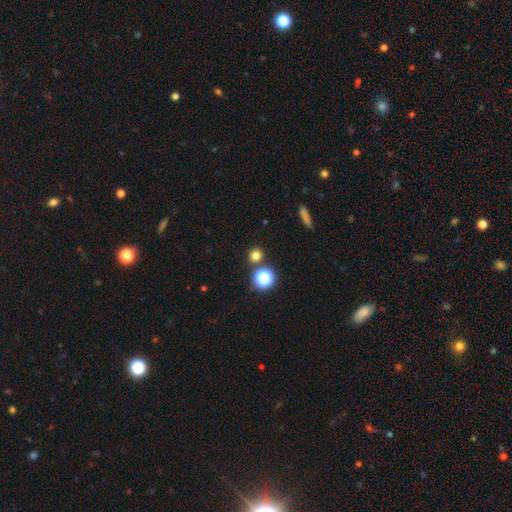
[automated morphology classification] smooth-or-featured: smooth: 76% | star or artifact: 19% | featured or disk: 5%
  how-rounded: round: 88% | in between: 11% | cigar-shaped: 1%
  merging: none: 82% | merger: 9% | minor disturbance: 7% | major disturbance: 3%